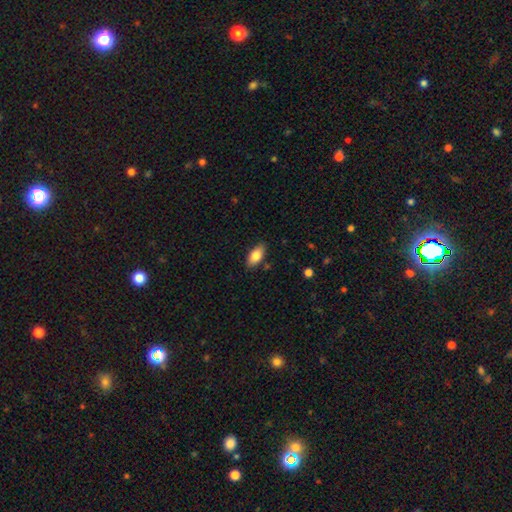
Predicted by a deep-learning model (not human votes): Smooth or featured: smooth — 84% (featured or disk — 9%)
How rounded: in between — 90% (cigar-shaped — 7%)
Merging: none — 83% (minor disturbance — 13%)